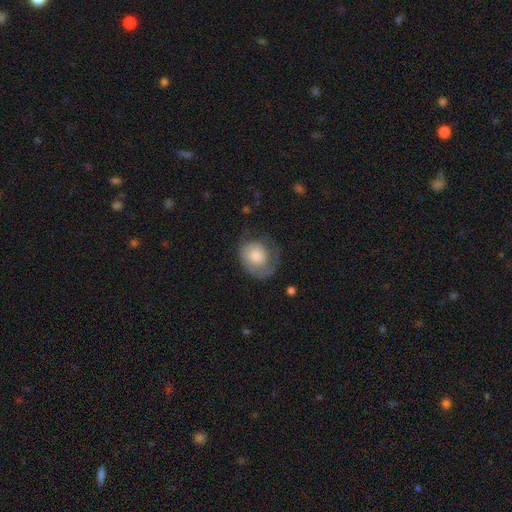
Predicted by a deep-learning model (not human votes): A smooth galaxy with no disk features (60%) that is round (65%).

Vote fractions:
- Smooth or featured? smooth: 60% / featured or disk: 33% / star or artifact: 7%
- How rounded? round: 65% / in between: 34% / cigar-shaped: 1%
- Merging? none: 52% / minor disturbance: 26% / major disturbance: 20% / merger: 2%